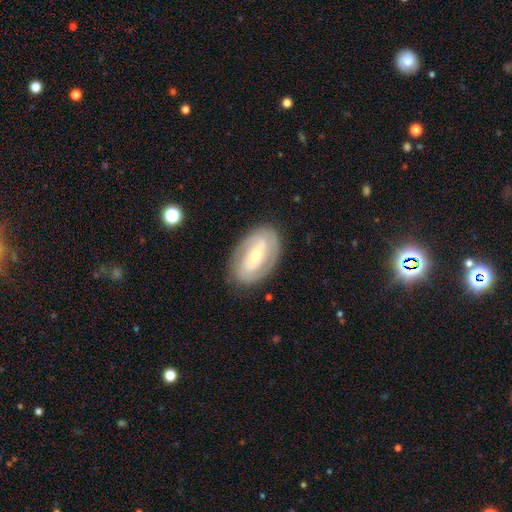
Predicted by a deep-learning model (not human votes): smooth_or_featured: featured or disk (p=0.73) [alt: smooth p=0.21]
disk_edge_on: no (p=0.93) [alt: yes p=0.07]
bar: strong (p=0.39) [alt: weak p=0.33]
has_spiral_arms: yes (p=0.69) [alt: no p=0.31]
bulge_size: moderate (p=0.50) [alt: small p=0.46]
merging: none (p=0.82) [alt: minor disturbance p=0.13]